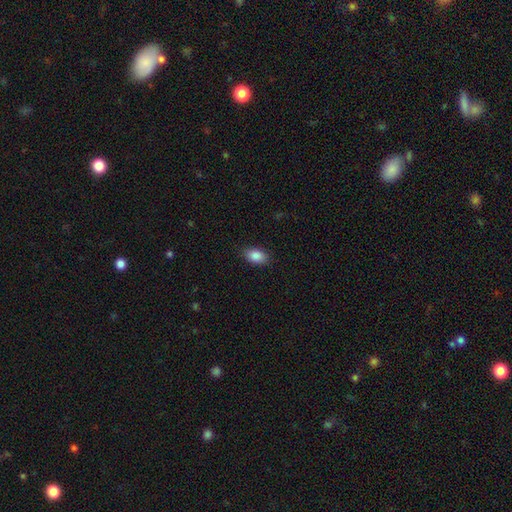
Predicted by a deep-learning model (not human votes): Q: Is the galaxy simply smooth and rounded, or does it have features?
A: smooth — 87%.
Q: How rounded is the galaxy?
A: in between — 89%.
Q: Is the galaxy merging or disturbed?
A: none — 87%.